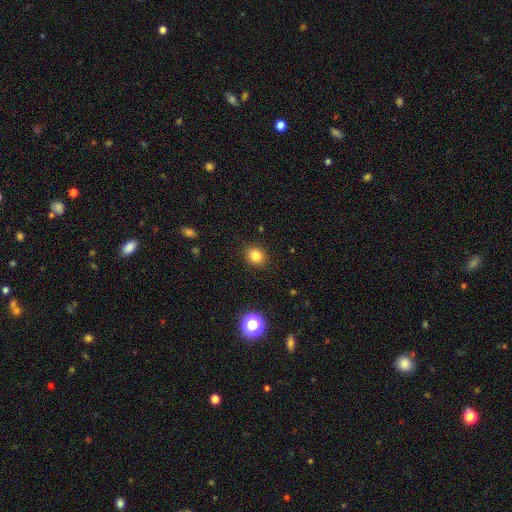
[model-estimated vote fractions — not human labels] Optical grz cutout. It shows a smooth galaxy with no disk features (82%) that is round (68%). Merging: none (89%).